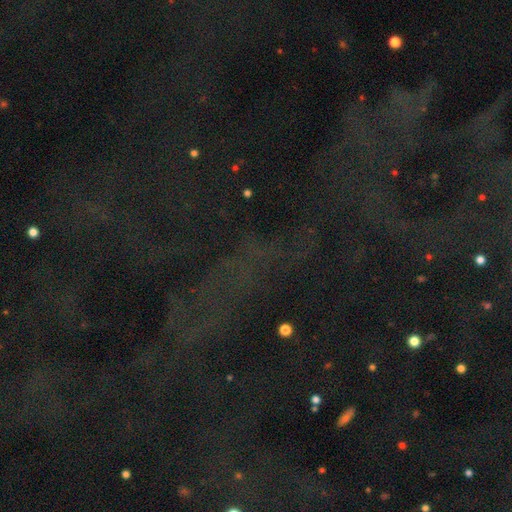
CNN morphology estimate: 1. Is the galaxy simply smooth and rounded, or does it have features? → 79% star or artifact, 11% smooth, 10% featured or disk.